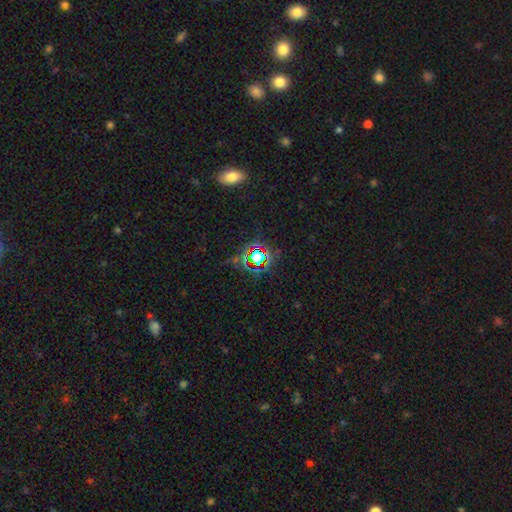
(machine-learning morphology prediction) Overall: star or artifact (73%).